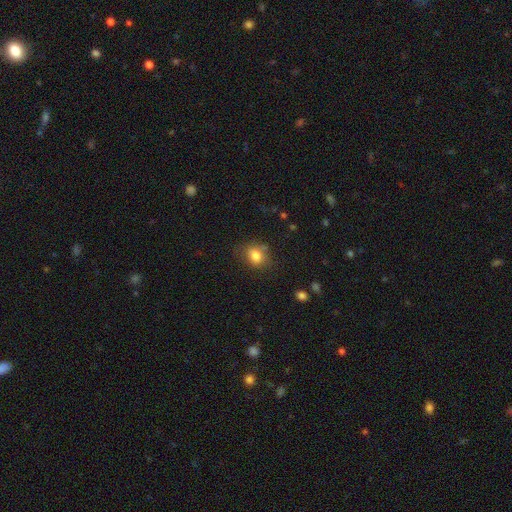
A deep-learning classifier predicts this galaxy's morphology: A smooth galaxy with no disk features (80%) that is round (52%). Merging: none (67%).